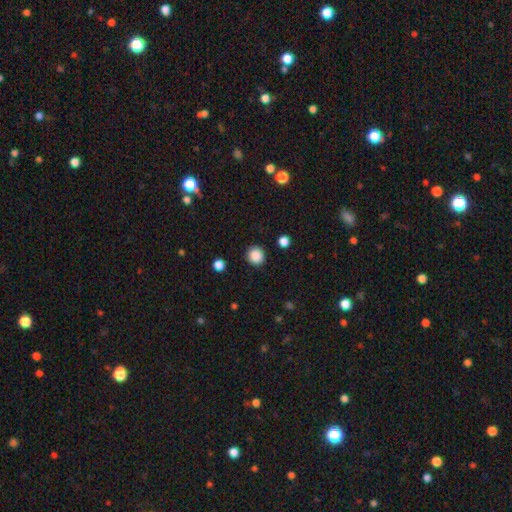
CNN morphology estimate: This appears to be a smooth galaxy with no disk features (87%) that is round (92%). Merging: none (90%).